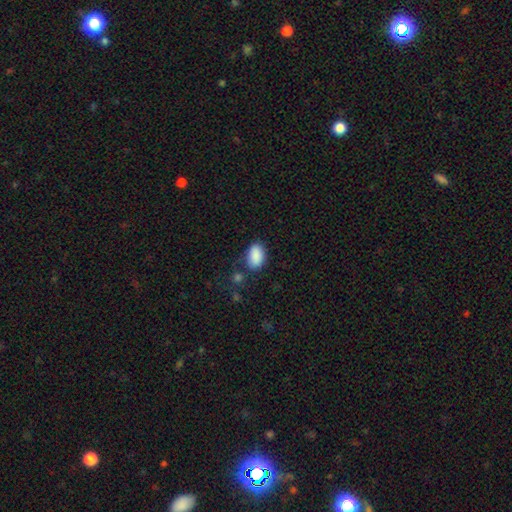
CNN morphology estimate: Overall: smooth (89%). How rounded: in between (91%). Merging: none (72%).